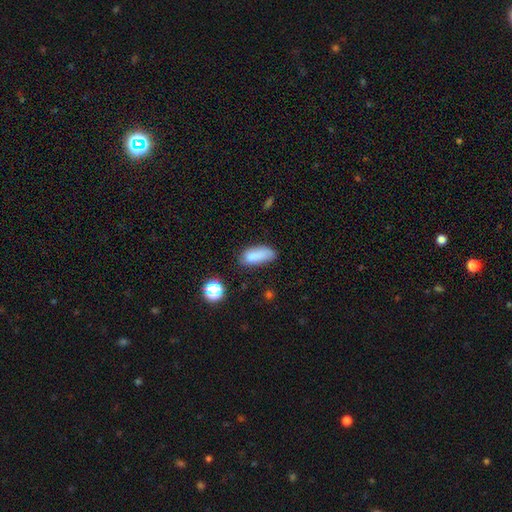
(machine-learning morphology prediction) A smooth galaxy with no disk features (80%) that is in between round and cigar-shaped (81%).

Vote fractions:
- Smooth or featured? smooth: 80% / star or artifact: 10% / featured or disk: 9%
- How rounded? in between: 81% / cigar-shaped: 16% / round: 4%
- Merging? none: 57% / minor disturbance: 28% / major disturbance: 10% / merger: 5%